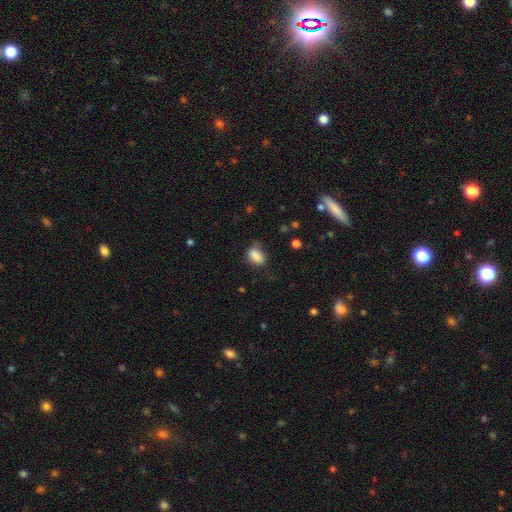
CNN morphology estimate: Smooth or featured? smooth (84%)
How rounded? in between (81%)
Merging? none (57%)